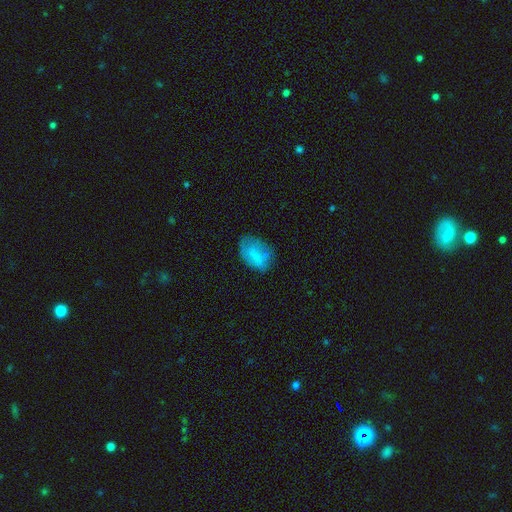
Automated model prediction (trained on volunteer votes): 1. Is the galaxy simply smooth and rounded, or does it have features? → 67% smooth, 24% featured or disk, 9% star or artifact.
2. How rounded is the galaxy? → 85% in between, 13% round, 2% cigar-shaped.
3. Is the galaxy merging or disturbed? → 57% none, 28% minor disturbance, 13% major disturbance, 2% merger.